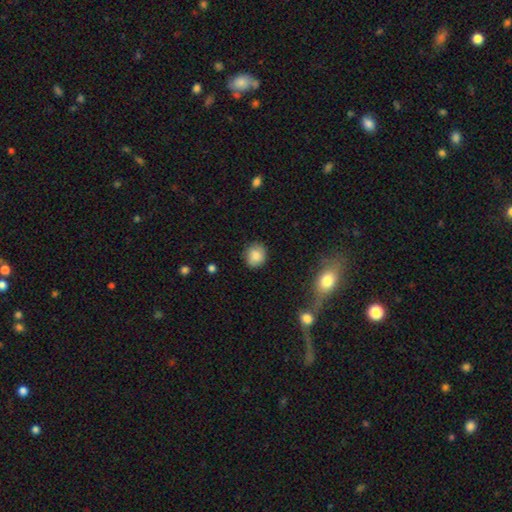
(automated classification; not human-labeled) smooth_or_featured: smooth (p=0.84) [alt: star or artifact p=0.08]
how_rounded: round (p=0.75) [alt: in between p=0.24]
merging: none (p=0.82) [alt: minor disturbance p=0.14]